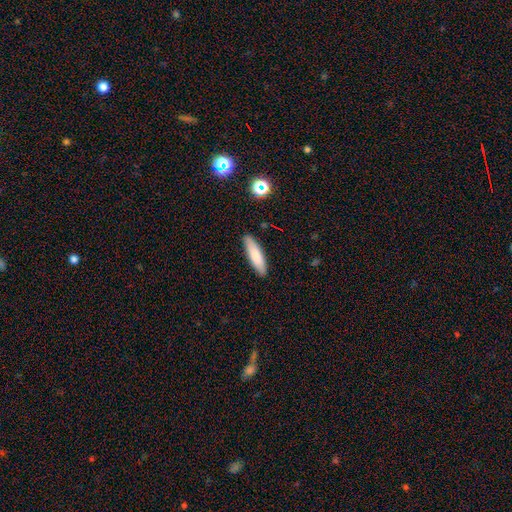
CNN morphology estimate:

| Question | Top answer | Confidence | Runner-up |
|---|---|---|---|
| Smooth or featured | smooth | 81% | featured or disk (12%) |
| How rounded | cigar-shaped | 66% | in between (33%) |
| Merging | none | 88% | minor disturbance (9%) |